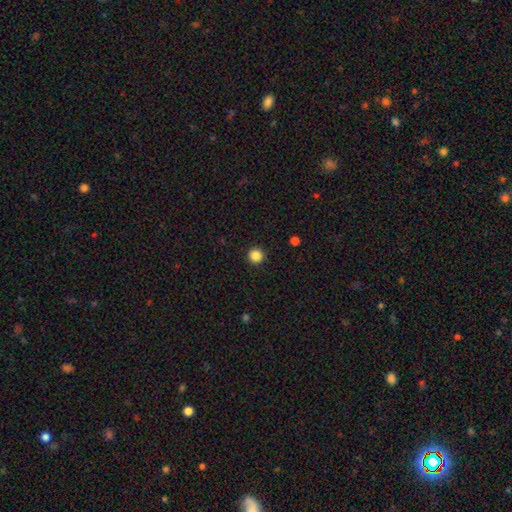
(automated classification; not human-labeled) Smooth or featured? smooth (86%)
How rounded? round (96%)
Merging? none (93%)